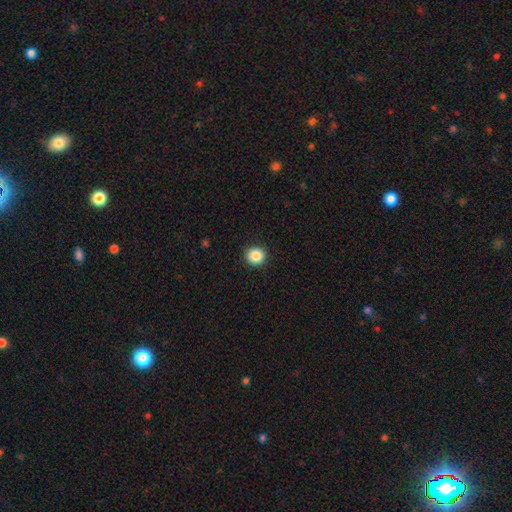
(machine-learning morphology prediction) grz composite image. It shows a smooth galaxy with no disk features (88%) that is round (93%). Merging: none (92%).